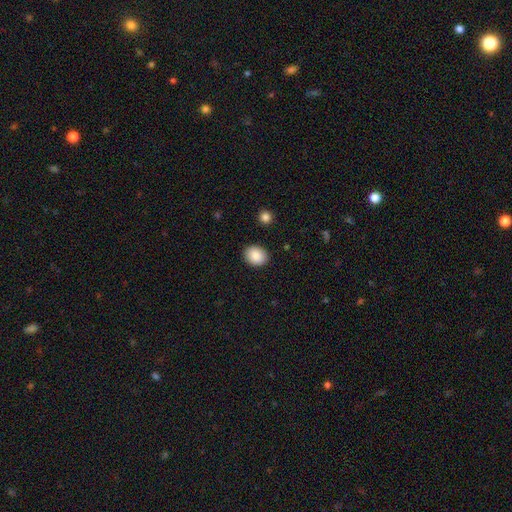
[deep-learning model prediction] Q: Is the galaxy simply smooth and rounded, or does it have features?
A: smooth — 88%.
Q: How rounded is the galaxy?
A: in between — 51%.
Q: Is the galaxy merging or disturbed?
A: none — 90%.